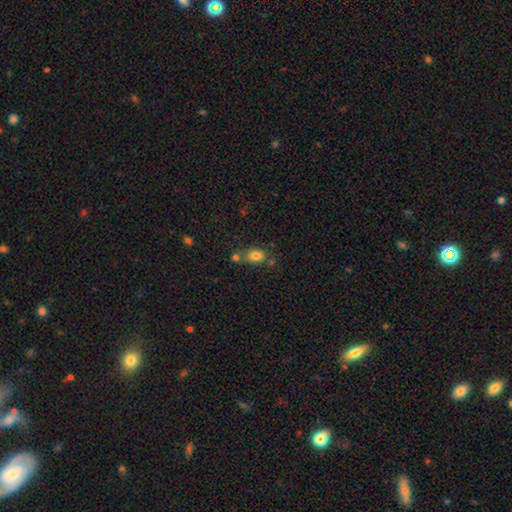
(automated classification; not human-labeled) The model was most divided on "merging": none: 51%, merger: 29%, minor disturbance: 15%, major disturbance: 5%. More confident: smooth or featured — smooth (80%); how rounded — in between (73%).